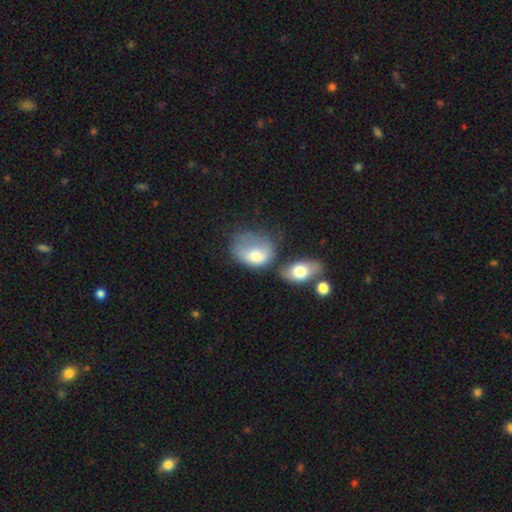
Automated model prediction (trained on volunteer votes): Q: Smooth or featured?
A: smooth (68%); runner-up: featured or disk (24%)
Q: How rounded?
A: in between (70%); runner-up: round (29%)
Q: Merging?
A: major disturbance (33%); runner-up: minor disturbance (23%)